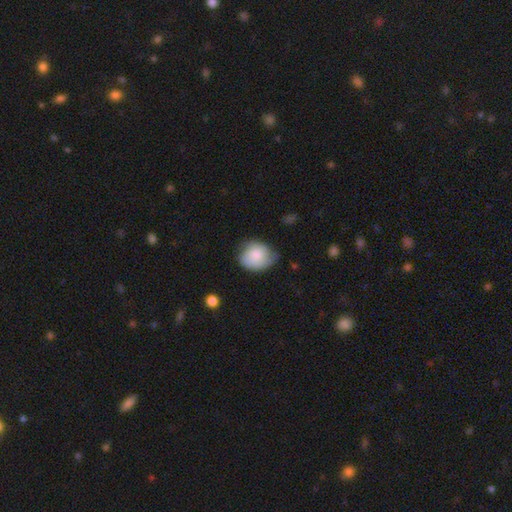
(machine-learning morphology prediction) smooth 70%, featured or disk 23%, star or artifact 6%. Down the decision tree: how rounded — round (55%); merging — none (50%).